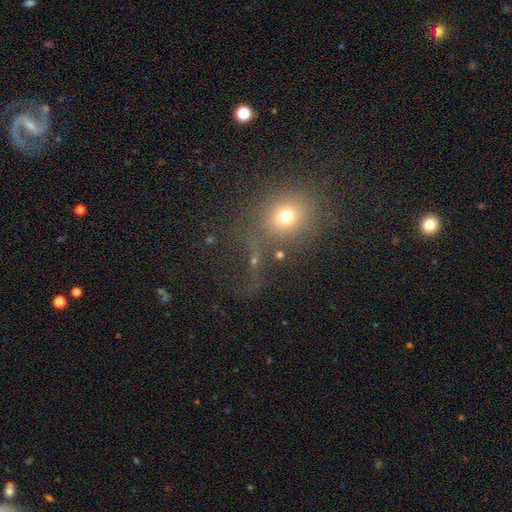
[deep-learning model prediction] Smooth or featured? Predicted: smooth (p=0.58). How rounded? Predicted: round (p=0.75). Merging? Predicted: none (p=0.63).